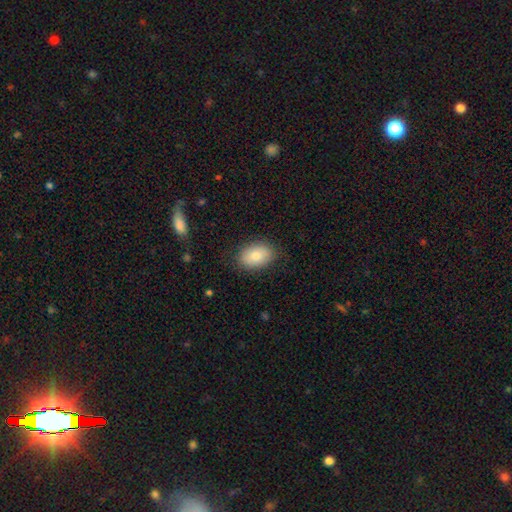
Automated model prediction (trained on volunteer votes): Smooth or featured? smooth (80%)
How rounded? in between (80%)
Merging? none (84%)